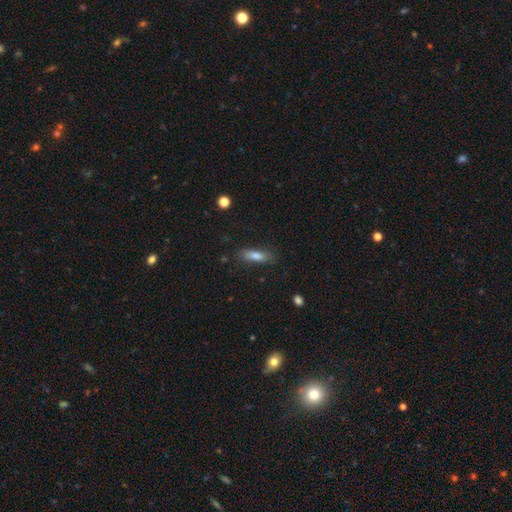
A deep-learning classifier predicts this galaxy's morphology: smooth-or-featured: smooth: 70% | featured or disk: 20% | star or artifact: 9%
  how-rounded: cigar-shaped: 57% | in between: 41% | round: 2%
  merging: none: 78% | minor disturbance: 16% | major disturbance: 4% | merger: 2%